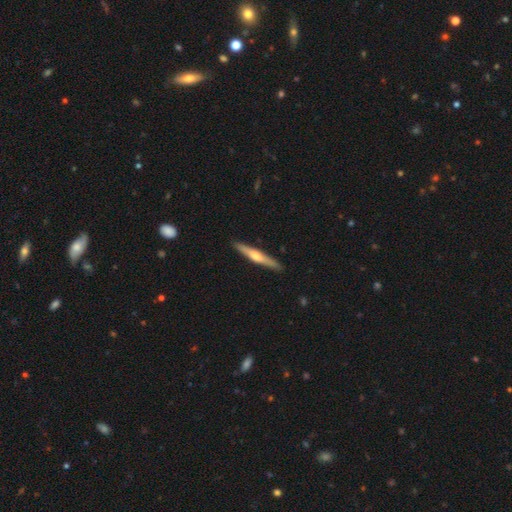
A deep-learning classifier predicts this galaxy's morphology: Q: Smooth or featured?
A: featured or disk (61%); runner-up: smooth (34%)
Q: Edge-on disk?
A: yes (97%); runner-up: no (3%)
Q: Edge-on bulge?
A: rounded (85%); runner-up: none (11%)
Q: Merging?
A: none (91%); runner-up: minor disturbance (6%)